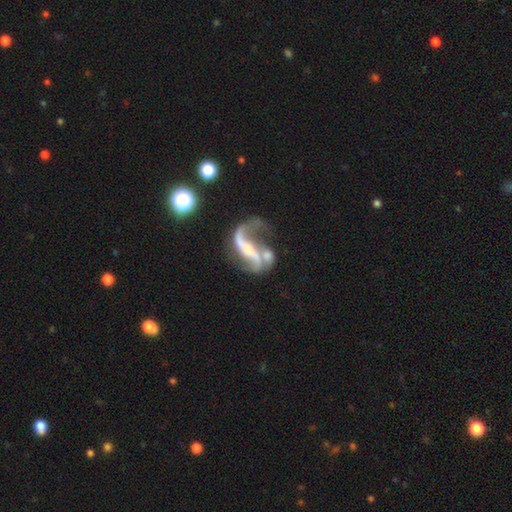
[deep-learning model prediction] This appears to be a featured or disk galaxy (84%) with a strong bar (38%), 2 (82%) loose (78%) spiral arms (90%) and a small central bulge (43%). Merging: none (36%).